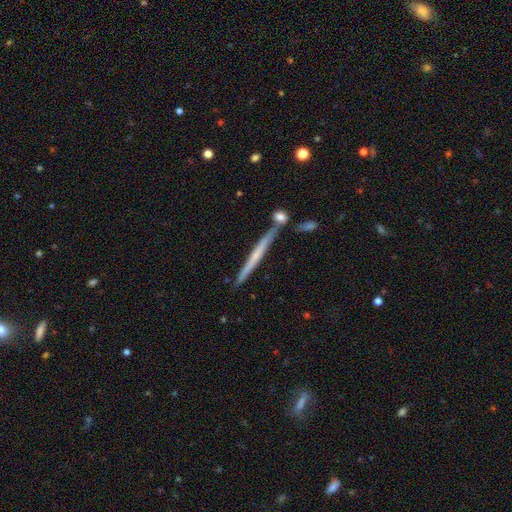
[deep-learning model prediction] Q: Smooth or featured?
A: featured or disk (54%); runner-up: smooth (40%)
Q: Edge-on disk?
A: yes (96%); runner-up: no (4%)
Q: Edge-on bulge?
A: none (75%); runner-up: rounded (20%)
Q: Merging?
A: none (79%); runner-up: minor disturbance (10%)